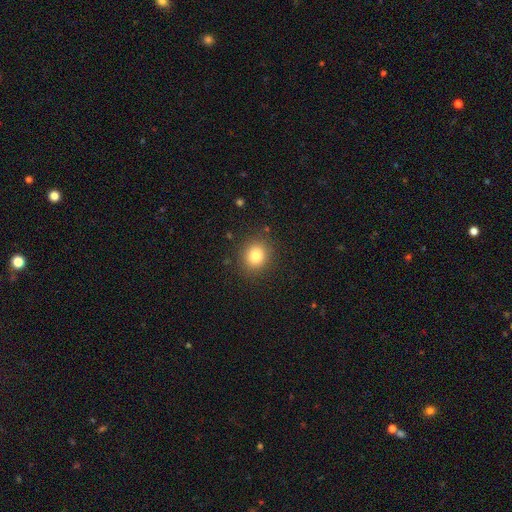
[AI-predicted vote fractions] This is clearly a smooth galaxy (81%). How rounded: likely round (79%). Merging: clearly none (87%).